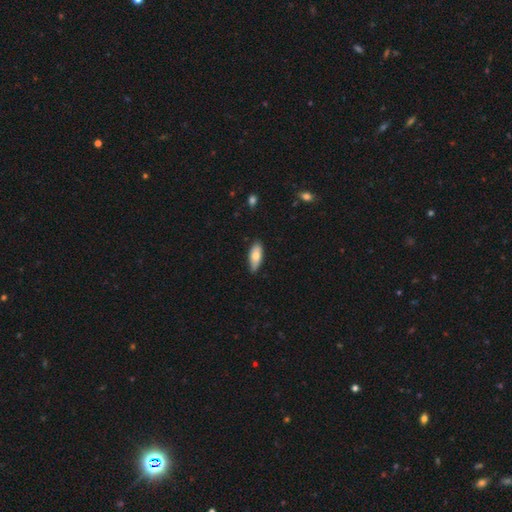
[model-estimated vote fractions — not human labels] A smooth galaxy with no disk features (72%) that is in between round and cigar-shaped (78%). Merging: none (79%).